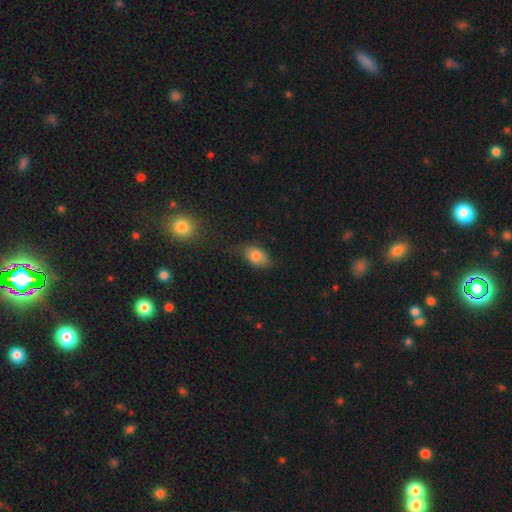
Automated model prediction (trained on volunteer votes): The model was most divided on "merging": none: 53%, minor disturbance: 31%, major disturbance: 13%, merger: 3%. More confident: how rounded — in between (86%); smooth or featured — smooth (79%).